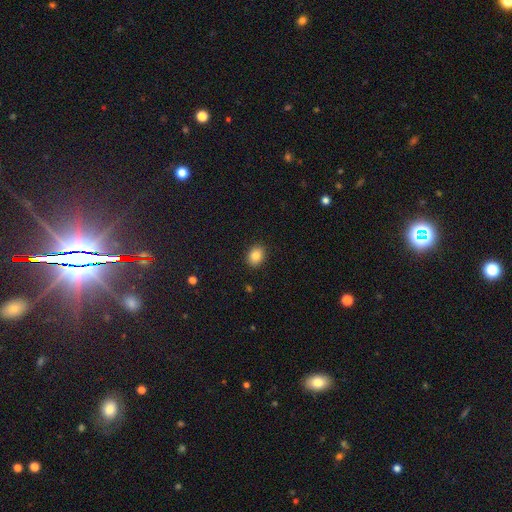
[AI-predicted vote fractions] smooth_or_featured: smooth (p=0.85) [alt: star or artifact p=0.09]
how_rounded: in between (p=0.55) [alt: round p=0.44]
merging: none (p=0.90) [alt: minor disturbance p=0.07]